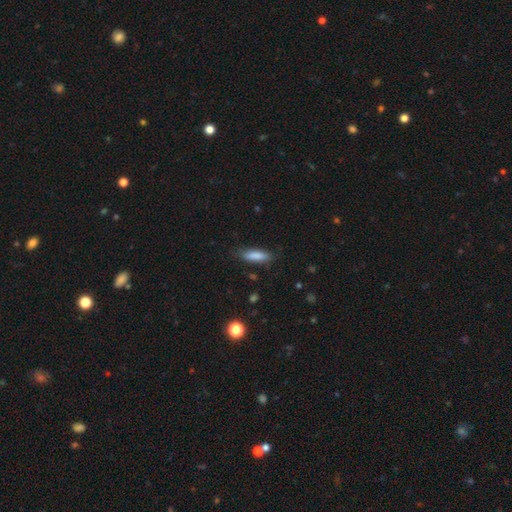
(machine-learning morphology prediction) Smooth or featured?
  - smooth: 84% *
  - featured or disk: 9%
  - star or artifact: 7%
How rounded?
  - cigar-shaped: 56% *
  - in between: 43%
  - round: 2%
Merging?
  - none: 80% *
  - minor disturbance: 15%
  - major disturbance: 4%
  - merger: 1%